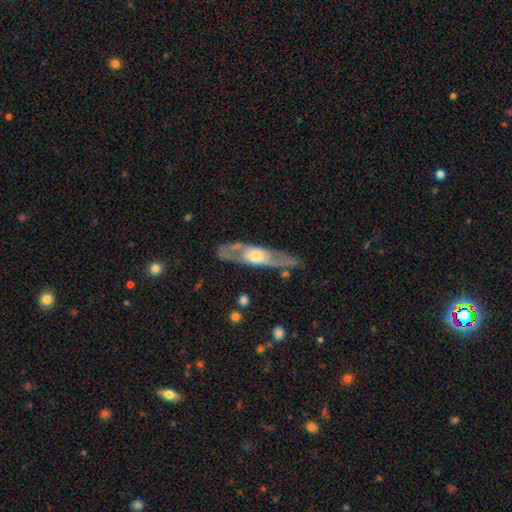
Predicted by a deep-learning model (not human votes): Overall: featured or disk (73%). Edge-on disk: yes (54%; no 46%). Merging: none (77%).